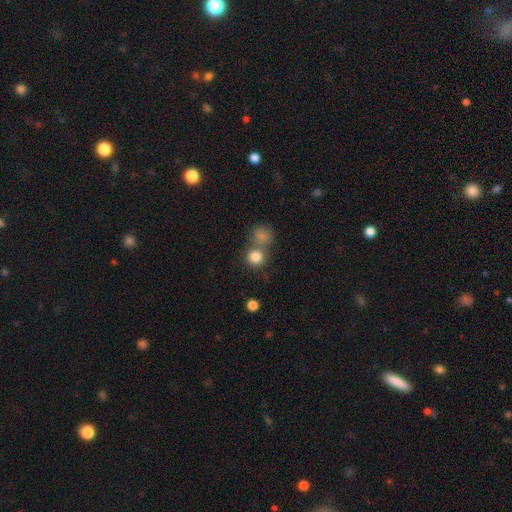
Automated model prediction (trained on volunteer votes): Smooth or featured? Predicted: smooth (p=0.83). How rounded? Predicted: round (p=0.90). Merging? Predicted: none (p=0.58).